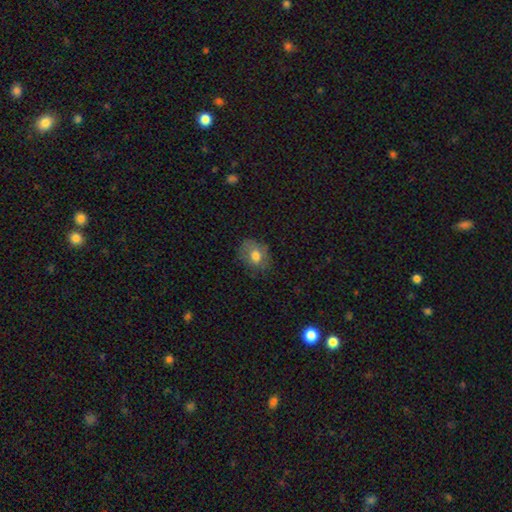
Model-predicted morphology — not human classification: The model was most divided on "how rounded": in between: 59%, round: 40%, cigar-shaped: 1%. More confident: smooth or featured — smooth (72%); merging — none (65%).